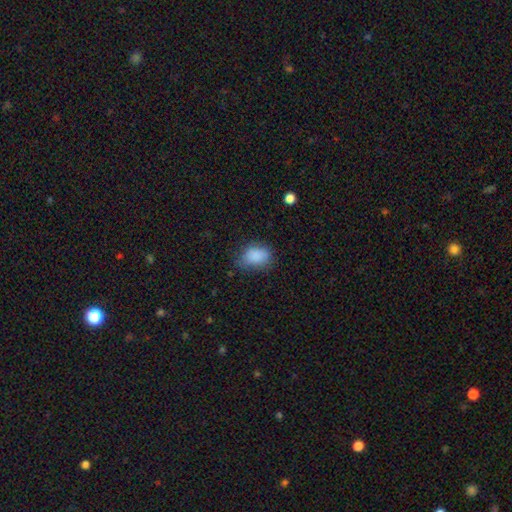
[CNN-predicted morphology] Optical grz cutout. It shows a smooth galaxy with no disk features (86%) that is in between round and cigar-shaped (71%). Merging: none (67%).